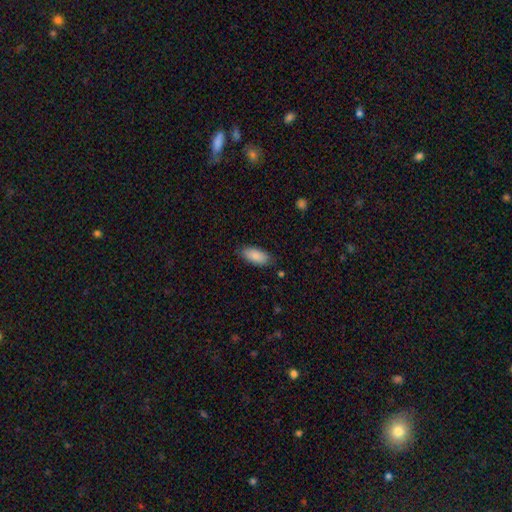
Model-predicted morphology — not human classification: This appears to be a smooth galaxy with no disk features (87%) that is in between round and cigar-shaped (88%). Merging: none (82%).